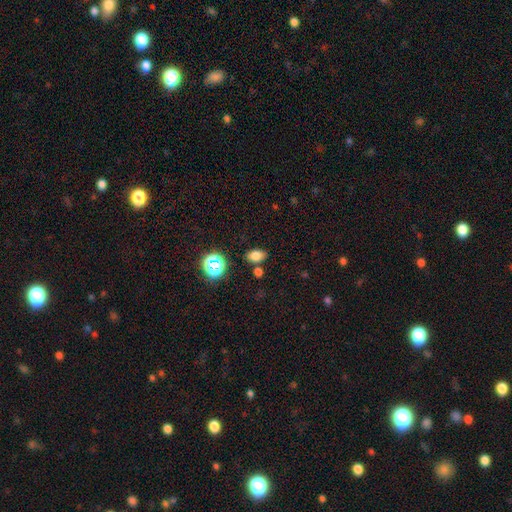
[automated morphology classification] Q: Smooth or featured?
A: smooth (75%); runner-up: star or artifact (17%)
Q: How rounded?
A: in between (82%); runner-up: round (16%)
Q: Merging?
A: none (77%); runner-up: minor disturbance (12%)